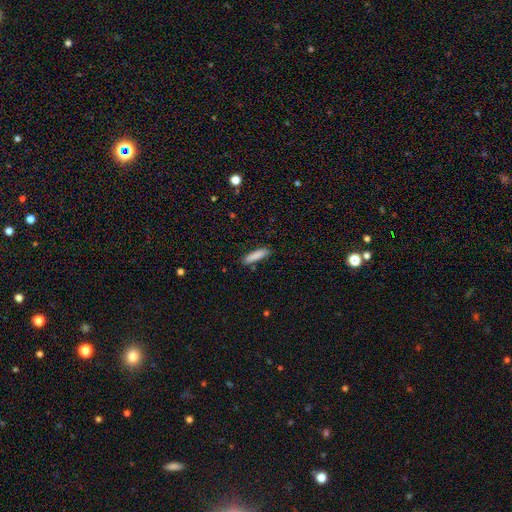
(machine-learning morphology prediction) This is clearly a smooth galaxy (86%). How rounded: likely cigar-shaped (79%). Merging: clearly none (85%).